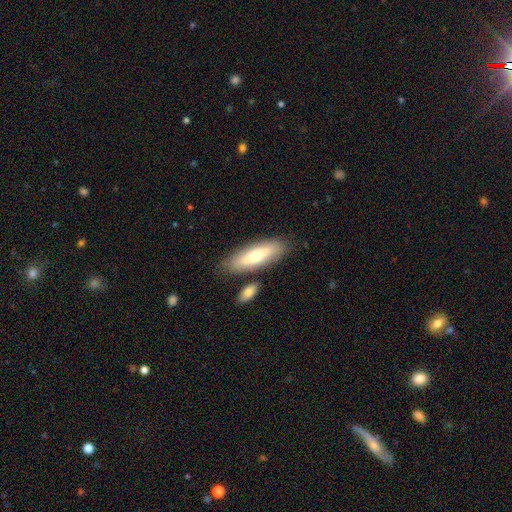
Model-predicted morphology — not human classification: Overall: smooth (60%; featured or disk 33%). How rounded: in between (55%; cigar-shaped 43%). Merging: none (79%).